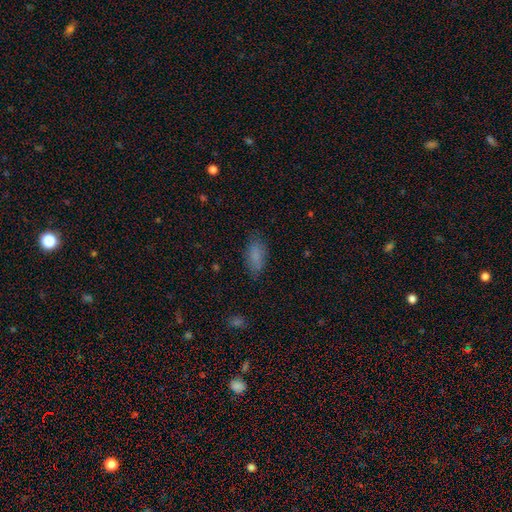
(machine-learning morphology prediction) This appears to be a smooth galaxy with no disk features (82%) that is in between round and cigar-shaped (87%). Merging: none (78%).